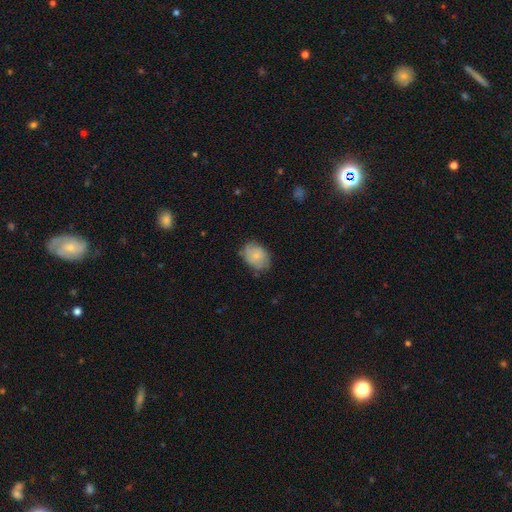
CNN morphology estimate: This is likely a smooth galaxy (68%). How rounded: likely in between (72%). Merging: likely none (68%).